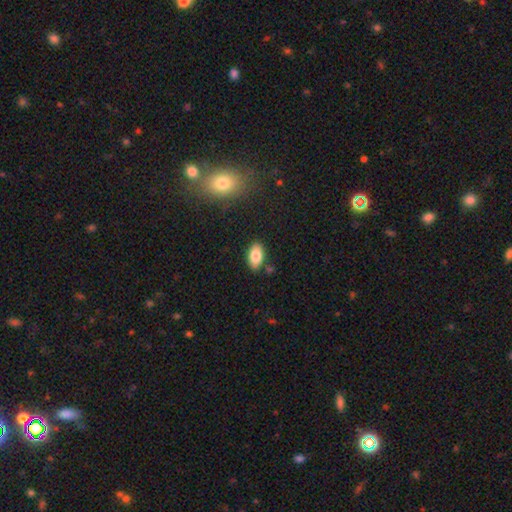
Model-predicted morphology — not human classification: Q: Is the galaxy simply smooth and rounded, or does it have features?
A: smooth — 82%.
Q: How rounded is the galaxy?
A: in between — 93%.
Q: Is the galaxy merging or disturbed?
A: none — 84%.